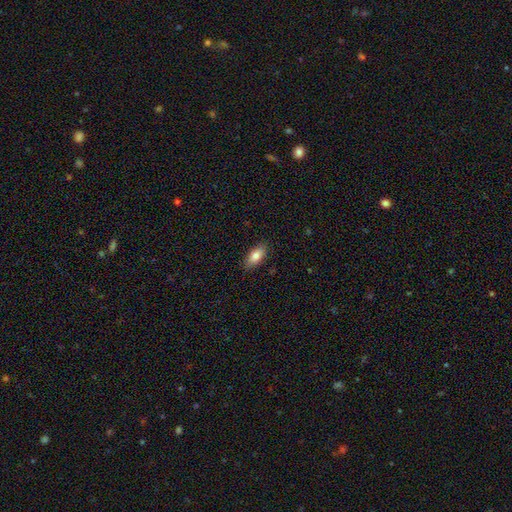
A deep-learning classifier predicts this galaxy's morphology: Smooth or featured?
  - smooth: 82% *
  - featured or disk: 11%
  - star or artifact: 7%
How rounded?
  - in between: 85% *
  - cigar-shaped: 12%
  - round: 3%
Merging?
  - none: 87% *
  - minor disturbance: 10%
  - major disturbance: 2%
  - merger: 1%